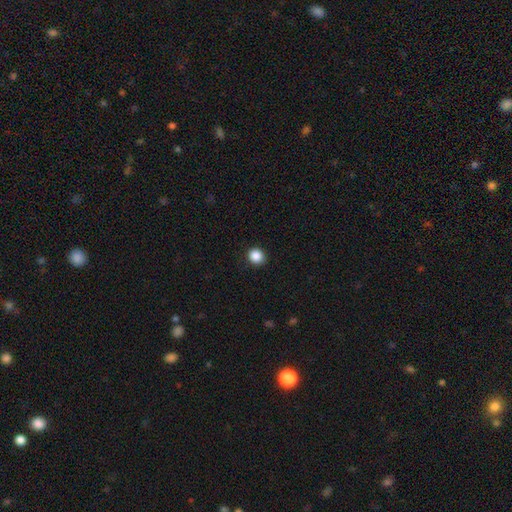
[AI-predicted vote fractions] The model was most divided on "smooth or featured": smooth: 87%, star or artifact: 10%, featured or disk: 3%. More confident: merging — none (92%); how rounded — round (90%).